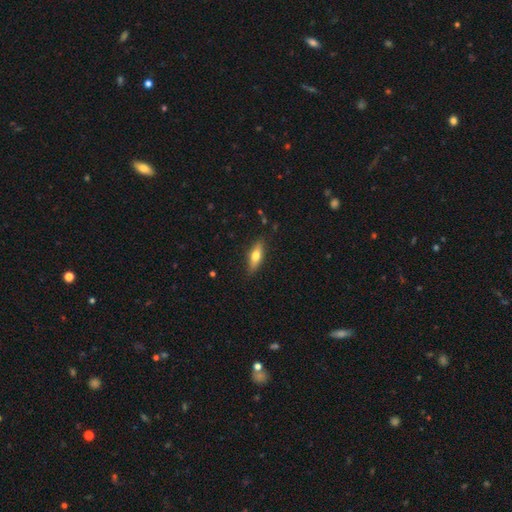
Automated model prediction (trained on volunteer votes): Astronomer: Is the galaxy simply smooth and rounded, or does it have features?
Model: smooth — 62%.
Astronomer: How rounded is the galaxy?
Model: in between — 57% (runner-up: cigar-shaped, 40%).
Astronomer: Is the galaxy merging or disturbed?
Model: none — 86%.